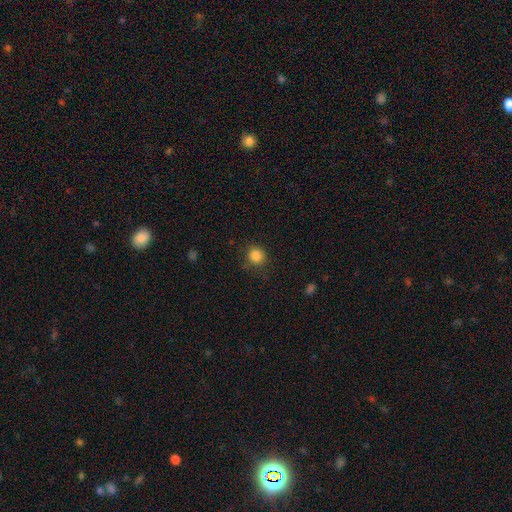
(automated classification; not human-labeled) The model was most divided on "merging": none: 84%, minor disturbance: 11%, major disturbance: 3%, merger: 1%. More confident: how rounded — round (89%); smooth or featured — smooth (85%).